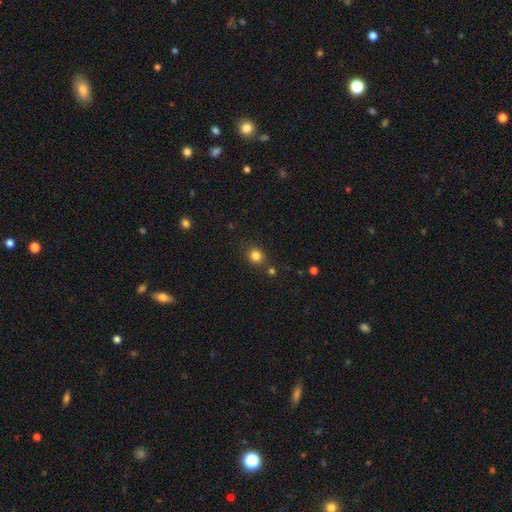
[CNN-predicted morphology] A smooth galaxy with no disk features (83%) that is round (70%).

Vote fractions:
- Smooth or featured? smooth: 83% / star or artifact: 12% / featured or disk: 5%
- How rounded? round: 70% / in between: 29% / cigar-shaped: 1%
- Merging? none: 80% / minor disturbance: 10% / merger: 7% / major disturbance: 3%